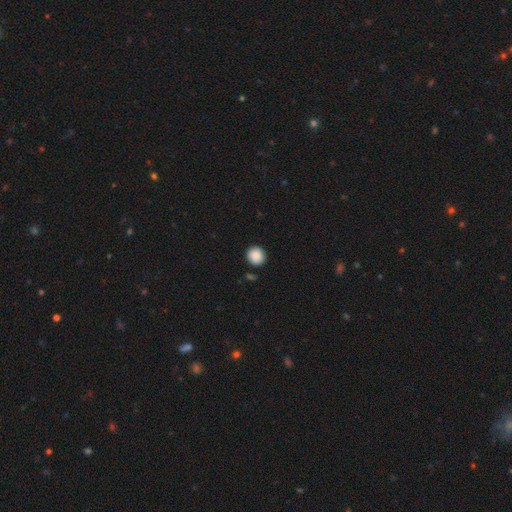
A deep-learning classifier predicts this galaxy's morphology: Q: Smooth or featured?
A: smooth (89%); runner-up: star or artifact (8%)
Q: How rounded?
A: round (90%); runner-up: in between (9%)
Q: Merging?
A: none (89%); runner-up: minor disturbance (7%)